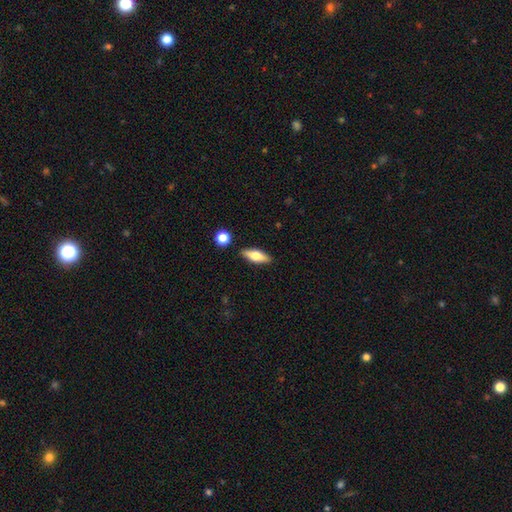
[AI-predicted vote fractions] Smooth or featured: smooth — 60% (featured or disk — 34%)
How rounded: in between — 62% (cigar-shaped — 34%)
Merging: none — 86% (minor disturbance — 8%)